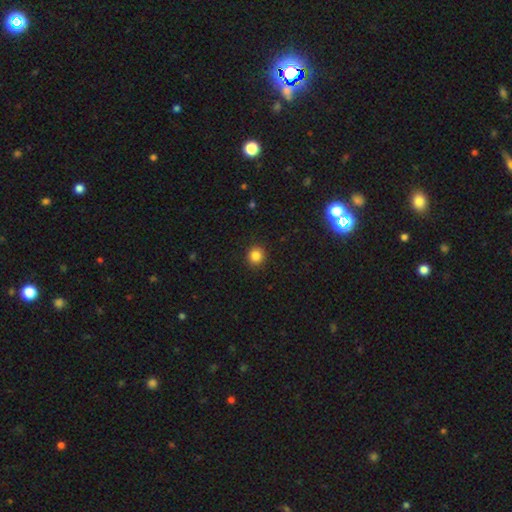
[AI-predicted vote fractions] The model was most divided on "smooth or featured": smooth: 85%, star or artifact: 11%, featured or disk: 4%. More confident: how rounded — round (92%); merging — none (92%).